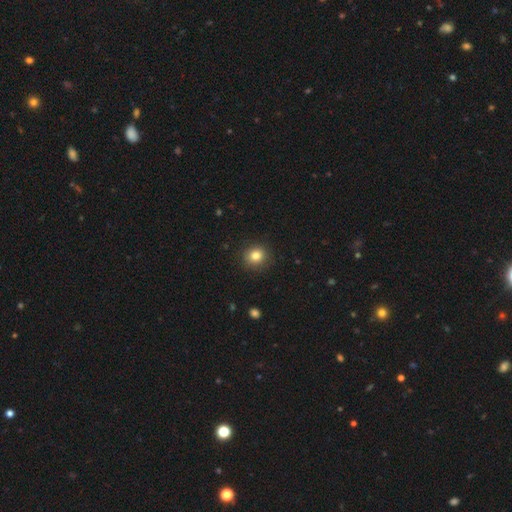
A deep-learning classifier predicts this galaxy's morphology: This appears to be a smooth galaxy with no disk features (82%) that is round (84%). Merging: none (90%).